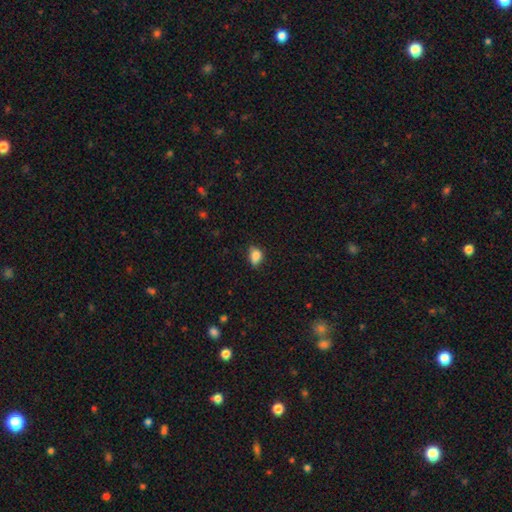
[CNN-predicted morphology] A smooth galaxy with no disk features (84%) that is in between round and cigar-shaped (77%).

Vote fractions:
- Smooth or featured? smooth: 84% / star or artifact: 9% / featured or disk: 7%
- How rounded? in between: 77% / round: 21% / cigar-shaped: 2%
- Merging? none: 66% / minor disturbance: 27% / major disturbance: 5% / merger: 2%